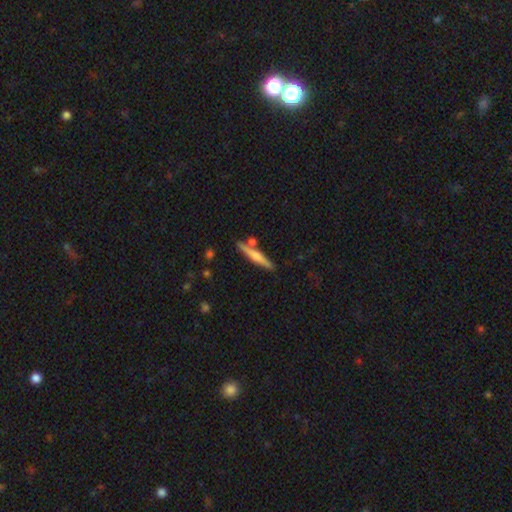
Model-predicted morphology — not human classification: Smooth or featured? featured or disk (48%)
Merging? none (81%)